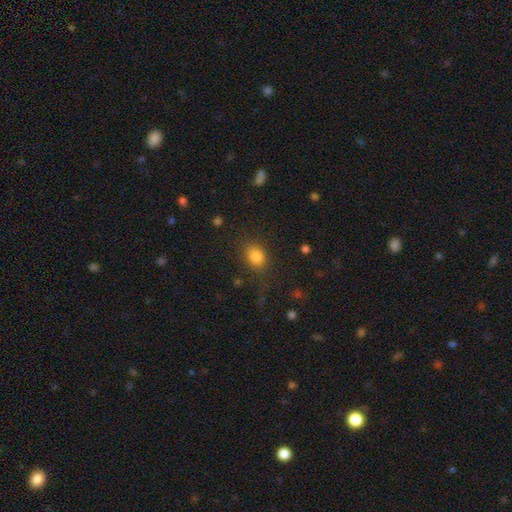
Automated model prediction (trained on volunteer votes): This is clearly a smooth galaxy (83%). How rounded: possibly in between (51%). Merging: likely none (74%).